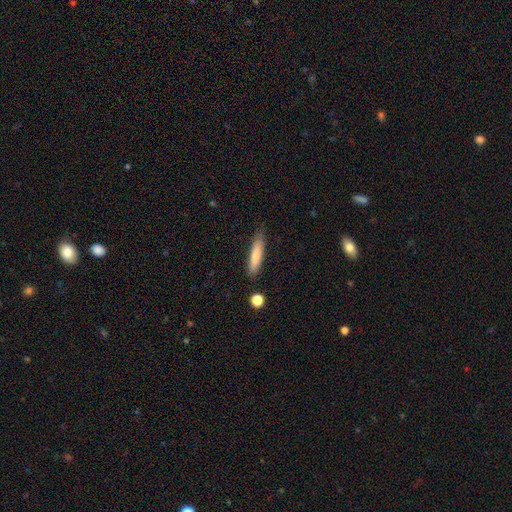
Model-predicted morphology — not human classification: A smooth galaxy with no disk features (79%) that is cigar-shaped (83%).

Vote fractions:
- Smooth or featured? smooth: 79% / featured or disk: 15% / star or artifact: 6%
- How rounded? cigar-shaped: 83% / in between: 16% / round: 1%
- Merging? none: 82% / minor disturbance: 13% / major disturbance: 3% / merger: 2%